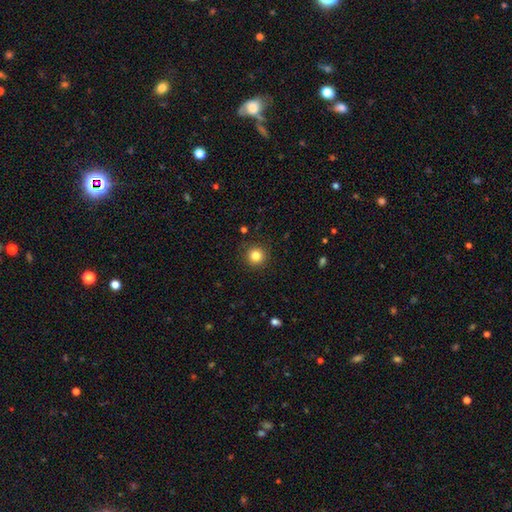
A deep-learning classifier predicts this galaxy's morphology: Q: Smooth or featured?
A: smooth (83%); runner-up: star or artifact (12%)
Q: How rounded?
A: round (95%); runner-up: in between (4%)
Q: Merging?
A: none (90%); runner-up: minor disturbance (6%)